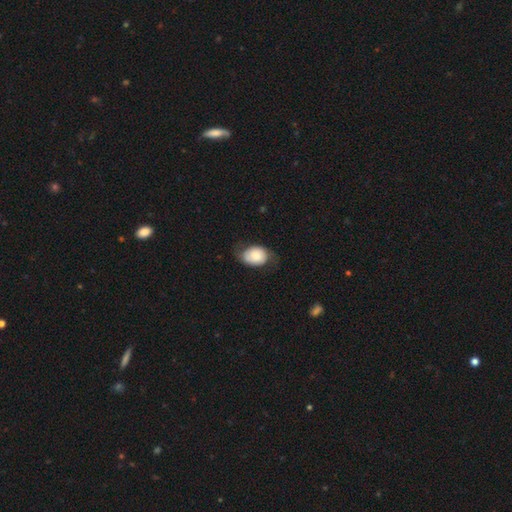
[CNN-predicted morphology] Overall: smooth (62%; featured or disk 31%). How rounded: in between (74%). Merging: none (58%; minor disturbance 28%).